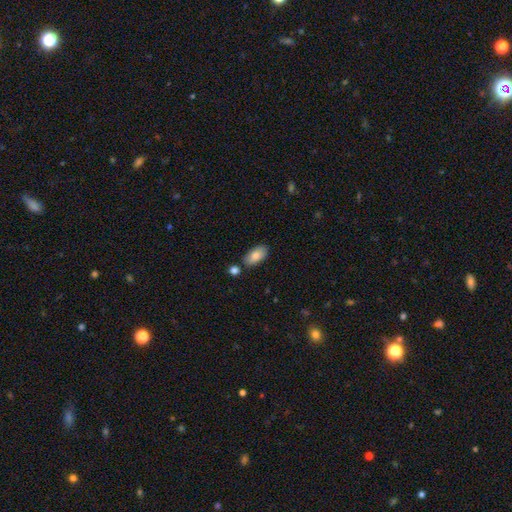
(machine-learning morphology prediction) This is clearly a smooth galaxy (83%). How rounded: clearly in between (93%). Merging: likely none (79%).